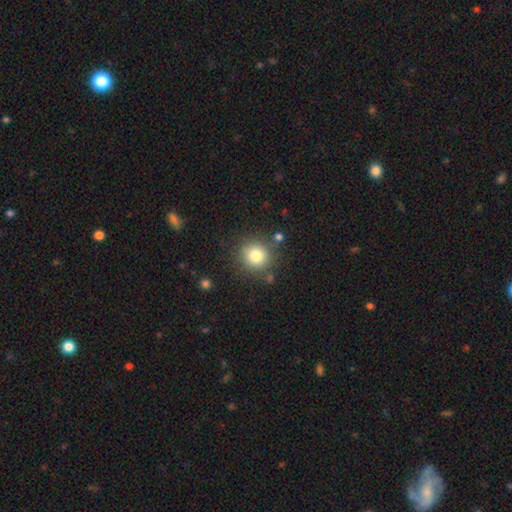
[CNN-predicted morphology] Overall: smooth (80%). How rounded: round (91%). Merging: none (82%).